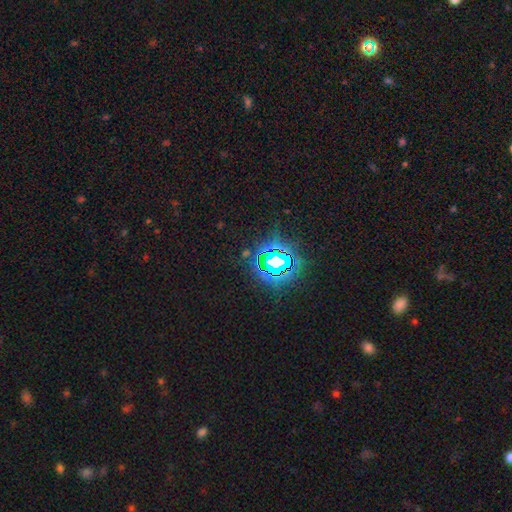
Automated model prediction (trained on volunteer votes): Smooth or featured: star or artifact — 83% (smooth — 11%)